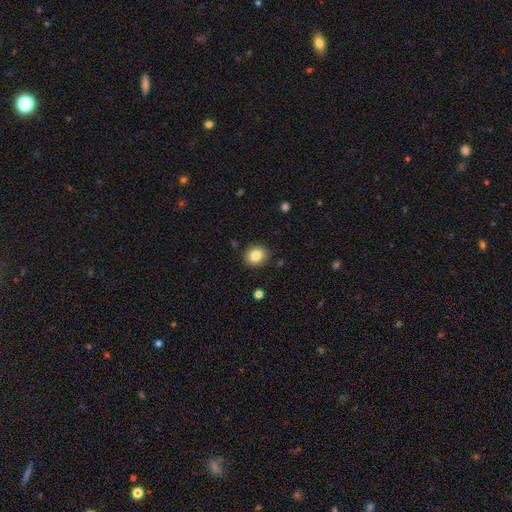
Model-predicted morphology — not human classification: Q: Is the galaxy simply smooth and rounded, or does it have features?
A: smooth — 84%.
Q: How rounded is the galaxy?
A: round — 74%.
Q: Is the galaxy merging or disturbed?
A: none — 88%.